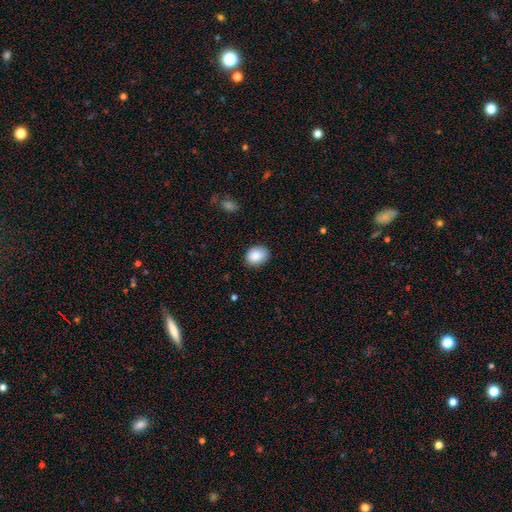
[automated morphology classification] Smooth or featured? smooth (89%)
How rounded? in between (58%)
Merging? none (84%)